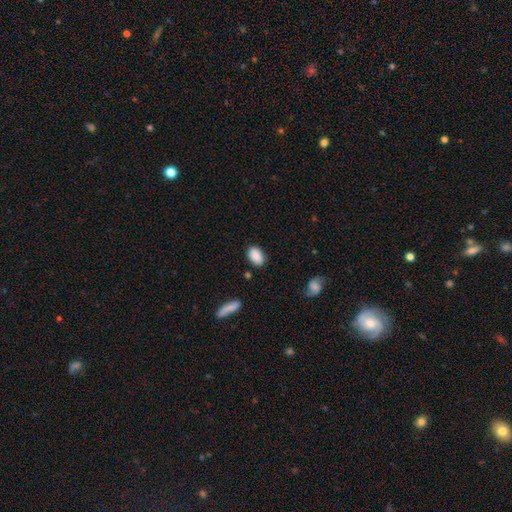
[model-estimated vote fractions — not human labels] A smooth galaxy with no disk features (88%) that is in between round and cigar-shaped (90%). Merging: none (82%).